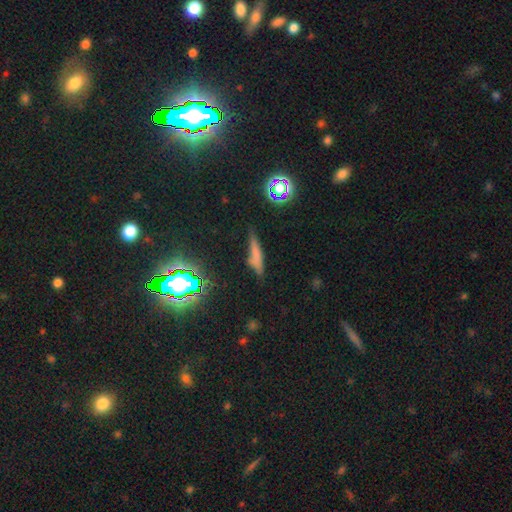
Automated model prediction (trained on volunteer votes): Smooth or featured? Predicted: smooth (p=0.57). How rounded? Predicted: cigar-shaped (p=0.82). Merging? Predicted: none (p=0.64).